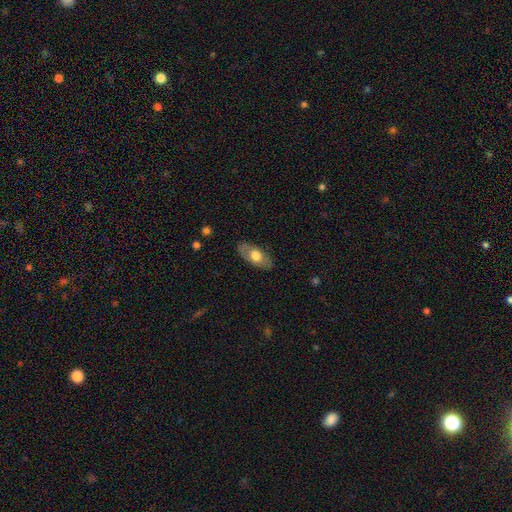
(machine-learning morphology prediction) The model was most divided on "smooth or featured": smooth: 60%, featured or disk: 35%, star or artifact: 6%. More confident: how rounded — in between (89%); merging — none (81%).